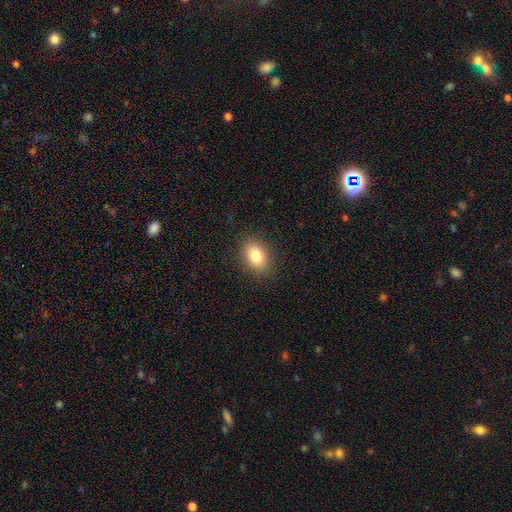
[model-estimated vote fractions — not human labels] Smooth or featured? Predicted: smooth (p=0.83). How rounded? Predicted: in between (p=0.80). Merging? Predicted: none (p=0.88).